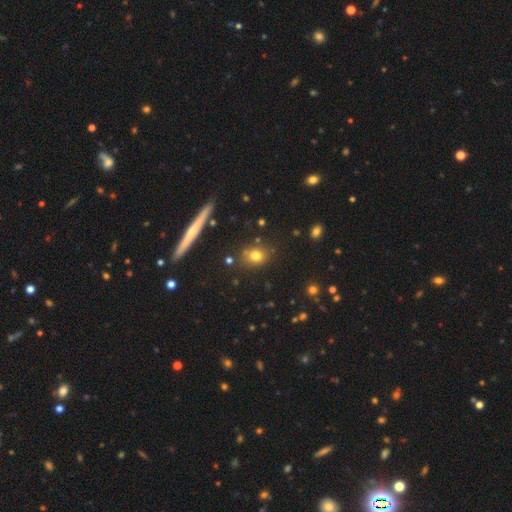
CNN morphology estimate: The model was most divided on "how rounded": round: 56%, in between: 41%, cigar-shaped: 3%. More confident: merging — none (80%); smooth or featured — smooth (74%).